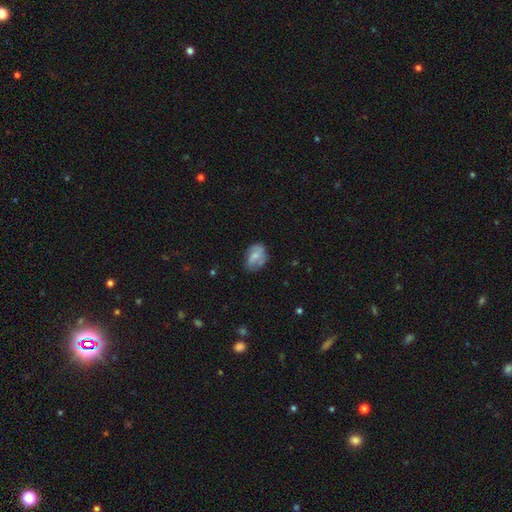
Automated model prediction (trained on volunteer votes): Overall: smooth (57%; featured or disk 35%). How rounded: in between (75%). Merging: none (56%; minor disturbance 30%).